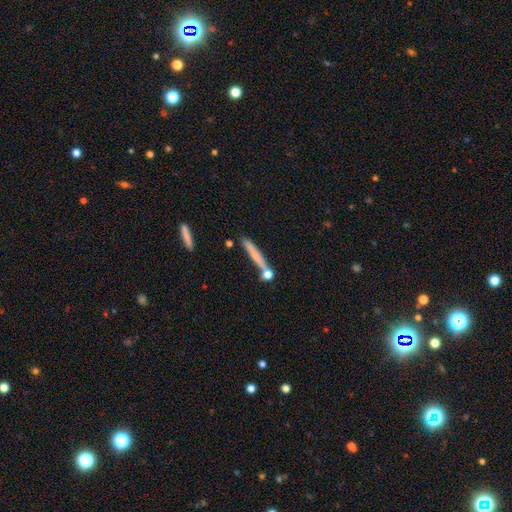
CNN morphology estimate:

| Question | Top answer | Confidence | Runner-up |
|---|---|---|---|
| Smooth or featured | smooth | 60% | featured or disk (32%) |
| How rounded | cigar-shaped | 92% | in between (5%) |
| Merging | none | 73% | merger (12%) |